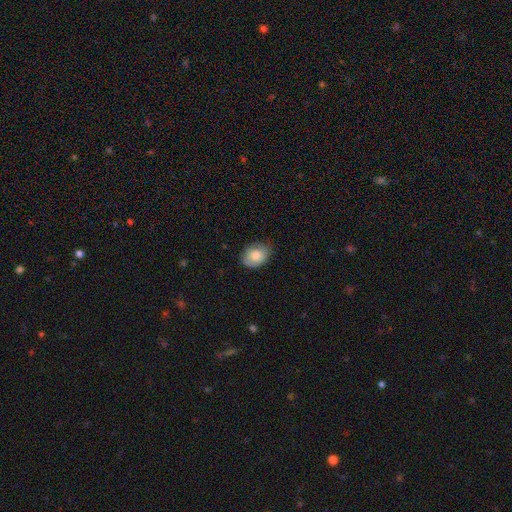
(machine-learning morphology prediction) type=smooth (76%); roundness=in between (68%); merging=none (69%).